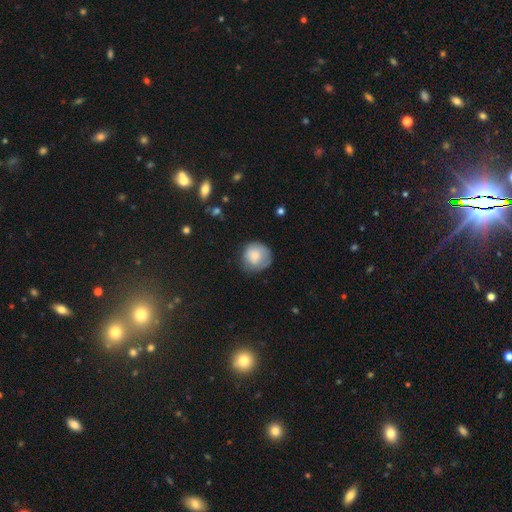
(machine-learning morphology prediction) A smooth galaxy with no disk features (77%) that is round (89%).

Vote fractions:
- Smooth or featured? smooth: 77% / featured or disk: 16% / star or artifact: 7%
- How rounded? round: 89% / in between: 10% / cigar-shaped: 1%
- Merging? none: 65% / minor disturbance: 25% / major disturbance: 8% / merger: 1%